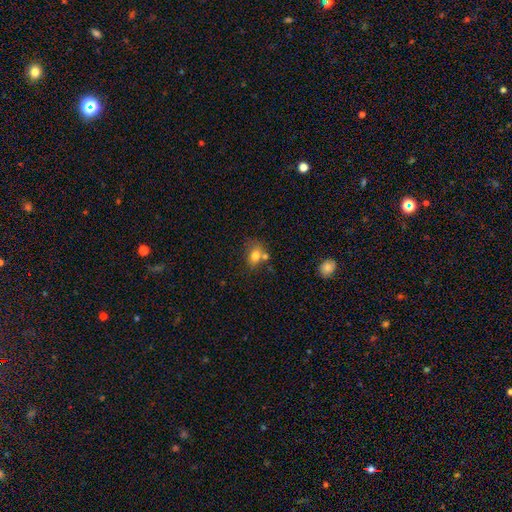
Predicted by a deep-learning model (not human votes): Morphology: type=smooth (77%); roundness=in between (63%); merging=none (47%).